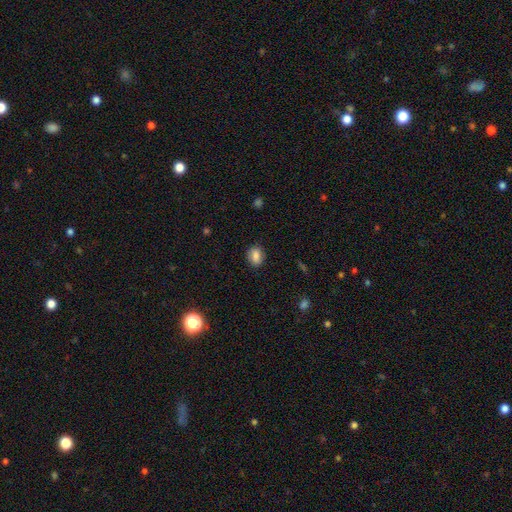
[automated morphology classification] Q: Smooth or featured?
A: smooth (82%); runner-up: star or artifact (9%)
Q: How rounded?
A: in between (56%); runner-up: round (43%)
Q: Merging?
A: none (85%); runner-up: minor disturbance (11%)